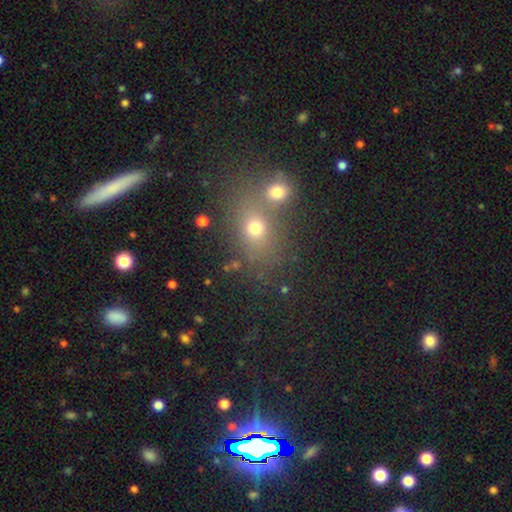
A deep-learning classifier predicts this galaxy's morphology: type=smooth (49%); merging=none (61%).